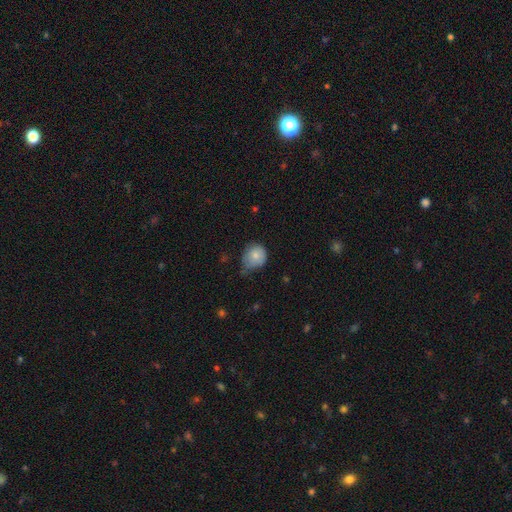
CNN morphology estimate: smooth_or_featured: smooth (p=0.79) [alt: featured or disk p=0.13]
how_rounded: round (p=0.75) [alt: in between p=0.24]
merging: minor disturbance (p=0.44) [alt: none p=0.42]